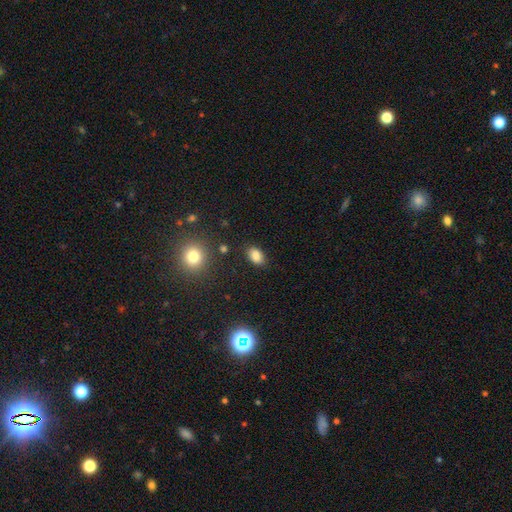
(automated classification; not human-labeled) The model was most divided on "merging": none: 84%, minor disturbance: 11%, major disturbance: 3%, merger: 2%. More confident: how rounded — in between (87%); smooth or featured — smooth (85%).